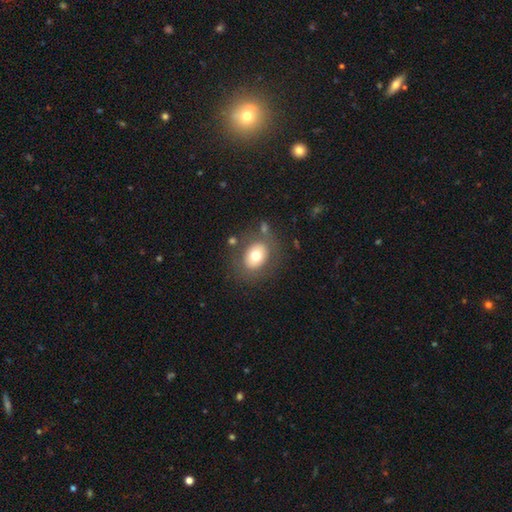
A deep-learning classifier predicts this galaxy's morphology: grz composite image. It shows a smooth galaxy with no disk features (68%) that is in between round and cigar-shaped (54%). Merging: none (75%).